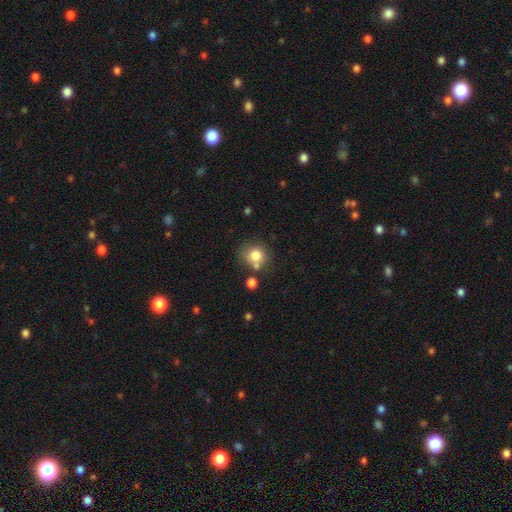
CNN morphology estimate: smooth 79%, star or artifact 11%, featured or disk 10%. Down the decision tree: how rounded — round (85%); merging — none (64%).